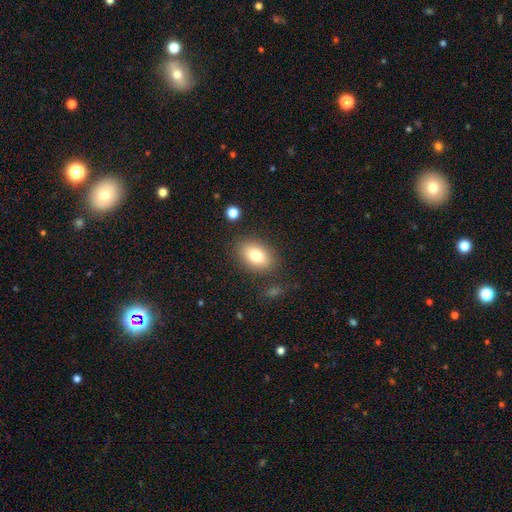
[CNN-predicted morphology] Q: Smooth or featured?
A: smooth (79%); runner-up: featured or disk (12%)
Q: How rounded?
A: in between (83%); runner-up: round (15%)
Q: Merging?
A: none (83%); runner-up: minor disturbance (10%)